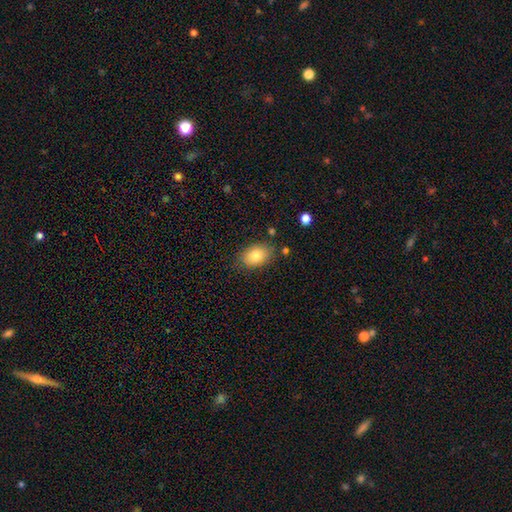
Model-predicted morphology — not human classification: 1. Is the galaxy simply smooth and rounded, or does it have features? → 83% smooth, 10% featured or disk, 8% star or artifact.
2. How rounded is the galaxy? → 84% in between, 15% round, 1% cigar-shaped.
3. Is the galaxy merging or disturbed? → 81% none, 13% minor disturbance, 3% major disturbance, 2% merger.